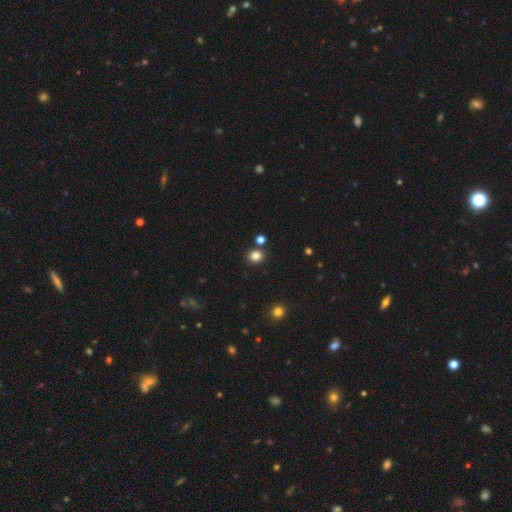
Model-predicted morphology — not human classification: Smooth or featured: smooth — 83% (star or artifact — 13%)
How rounded: round — 73% (in between — 26%)
Merging: none — 83% (minor disturbance — 8%)